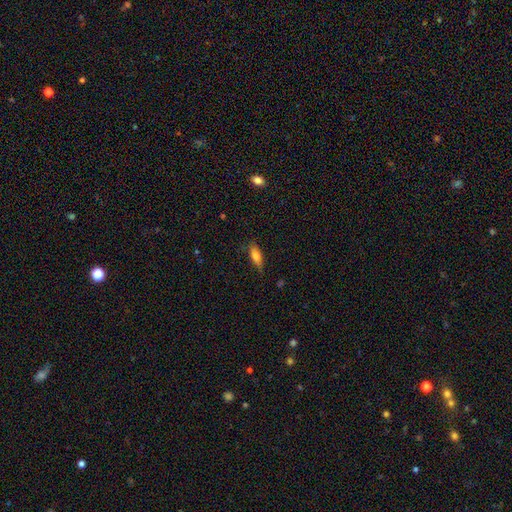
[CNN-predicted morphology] A smooth galaxy with no disk features (71%) that is in between round and cigar-shaped (59%). Merging: none (71%).